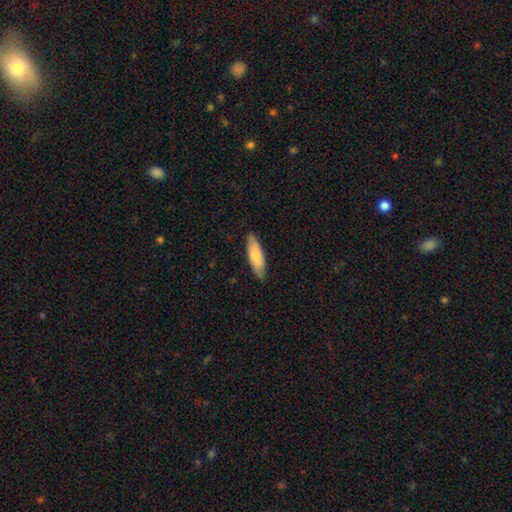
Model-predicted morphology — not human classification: A smooth galaxy with no disk features (79%) that is cigar-shaped (53%).

Vote fractions:
- Smooth or featured? smooth: 79% / featured or disk: 16% / star or artifact: 5%
- How rounded? cigar-shaped: 53% / in between: 45% / round: 2%
- Merging? none: 87% / minor disturbance: 10% / major disturbance: 2% / merger: 1%